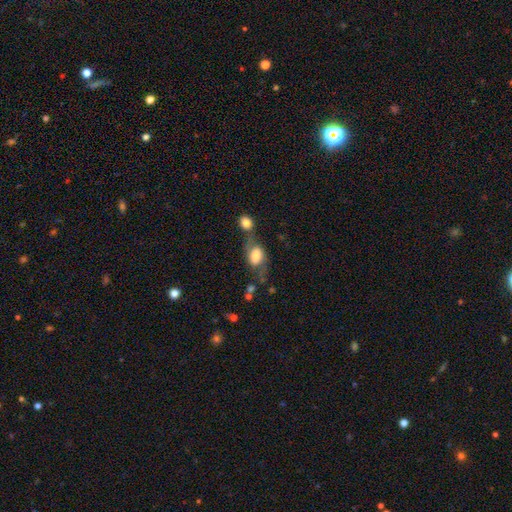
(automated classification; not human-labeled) Smooth or featured: smooth — 60% (featured or disk — 32%)
How rounded: in between — 76% (round — 21%)
Merging: none — 38% (merger — 29%)